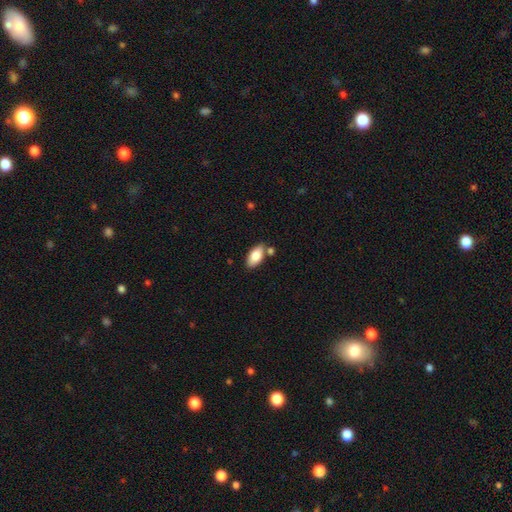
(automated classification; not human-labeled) Morphology: type=smooth (83%); roundness=in between (92%); merging=none (74%).